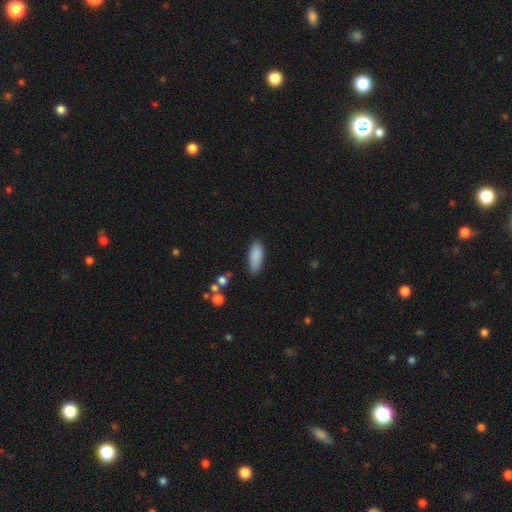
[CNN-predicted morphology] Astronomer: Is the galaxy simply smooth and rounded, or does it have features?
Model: smooth — 88%.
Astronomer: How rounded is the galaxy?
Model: in between — 70%.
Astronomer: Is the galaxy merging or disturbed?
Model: none — 81%.